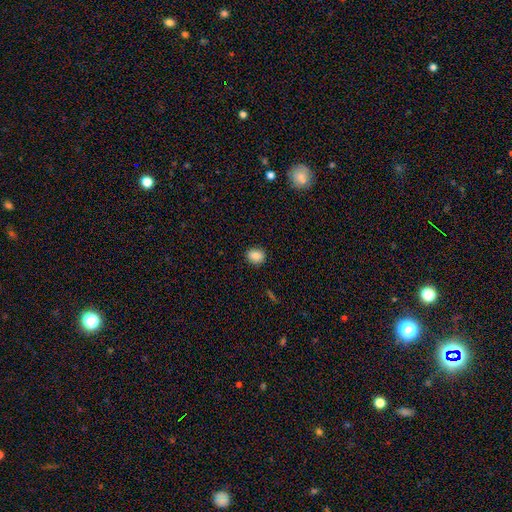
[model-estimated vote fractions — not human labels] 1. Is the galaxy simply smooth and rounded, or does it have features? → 86% smooth, 9% star or artifact, 5% featured or disk.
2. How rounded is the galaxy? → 63% round, 36% in between, 1% cigar-shaped.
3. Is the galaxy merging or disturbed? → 88% none, 9% minor disturbance, 2% major disturbance, 1% merger.